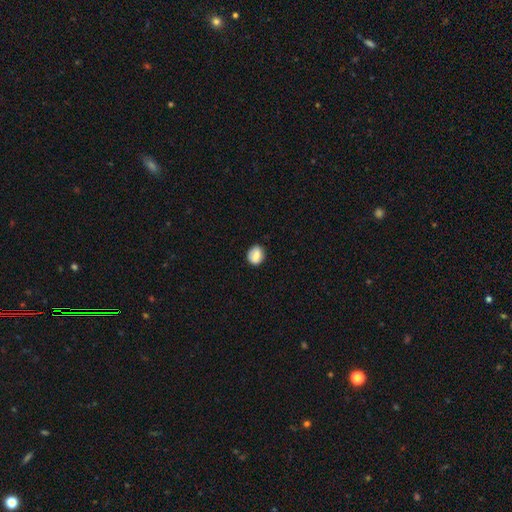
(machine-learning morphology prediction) A smooth galaxy with no disk features (75%) that is round (67%).

Vote fractions:
- Smooth or featured? smooth: 75% / featured or disk: 17% / star or artifact: 8%
- How rounded? round: 67% / in between: 32% / cigar-shaped: 1%
- Merging? none: 82% / minor disturbance: 14% / major disturbance: 3% / merger: 1%